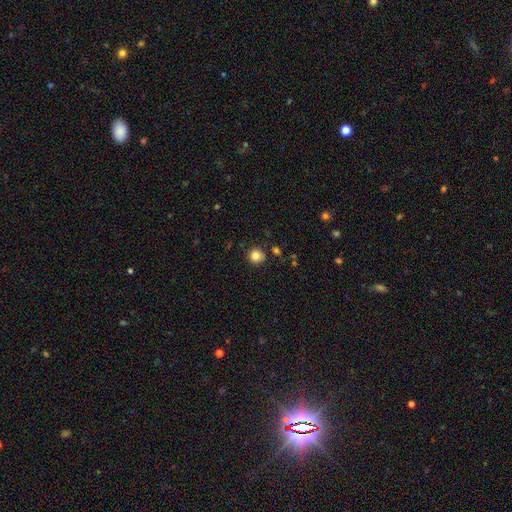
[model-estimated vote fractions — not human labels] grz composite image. It shows a smooth galaxy with no disk features (83%) that is round (92%). Merging: none (86%).